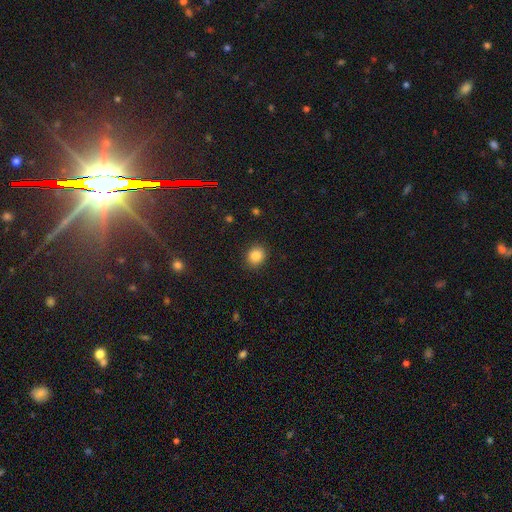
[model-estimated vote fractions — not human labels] This appears to be a smooth galaxy with no disk features (85%) that is round (76%). Merging: none (89%).